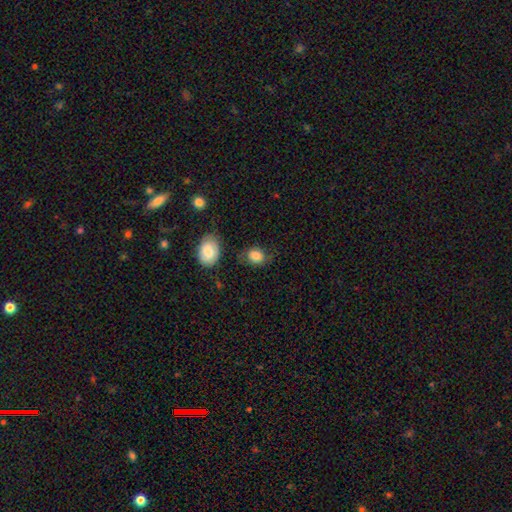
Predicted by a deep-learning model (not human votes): Smooth or featured: smooth — 83% (featured or disk — 9%)
How rounded: in between — 52% (round — 47%)
Merging: none — 64% (minor disturbance — 23%)